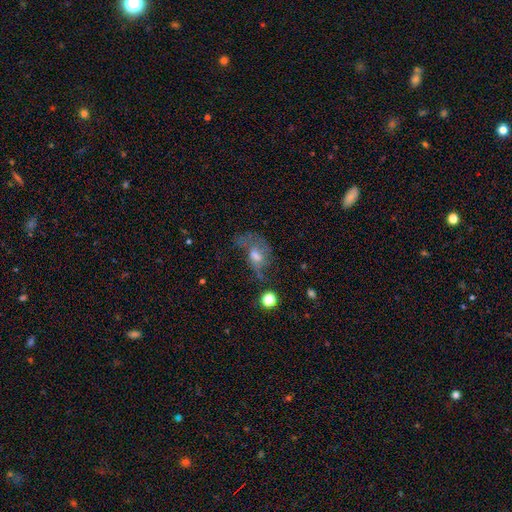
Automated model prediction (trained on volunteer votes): Q: Smooth or featured?
A: featured or disk (46%); runner-up: smooth (38%)
Q: Merging?
A: major disturbance (48%); runner-up: none (26%)